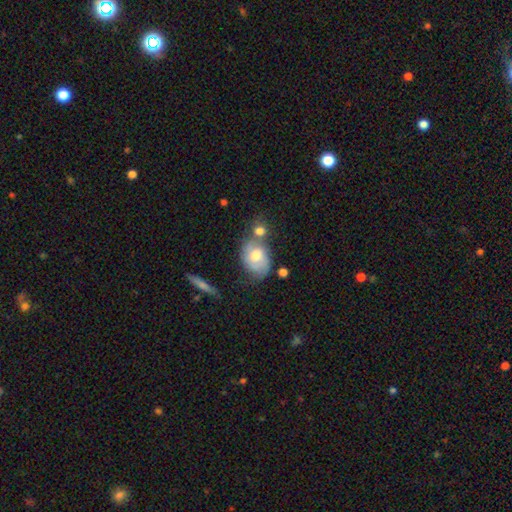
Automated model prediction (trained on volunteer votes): This appears to be a smooth galaxy with no disk features (50%) that is in between round and cigar-shaped (68%). Merging: none (39%).